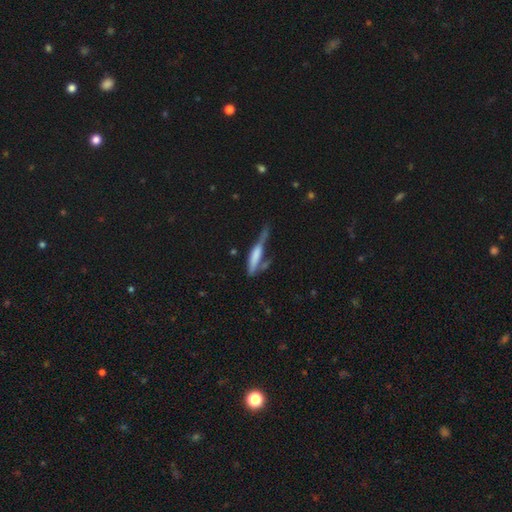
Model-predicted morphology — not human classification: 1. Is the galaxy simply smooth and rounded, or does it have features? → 60% smooth, 32% featured or disk, 8% star or artifact.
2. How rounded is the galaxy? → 80% cigar-shaped, 18% in between, 2% round.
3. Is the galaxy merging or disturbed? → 33% none, 27% minor disturbance, 23% major disturbance, 18% merger.